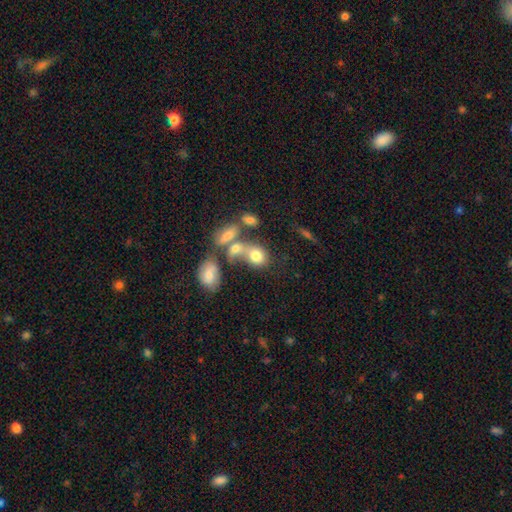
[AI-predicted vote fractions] Smooth or featured?
  - smooth: 71% *
  - featured or disk: 16%
  - star or artifact: 12%
How rounded?
  - in between: 51% *
  - round: 47%
  - cigar-shaped: 3%
Merging?
  - merger: 44% *
  - none: 32%
  - minor disturbance: 12%
  - major disturbance: 12%